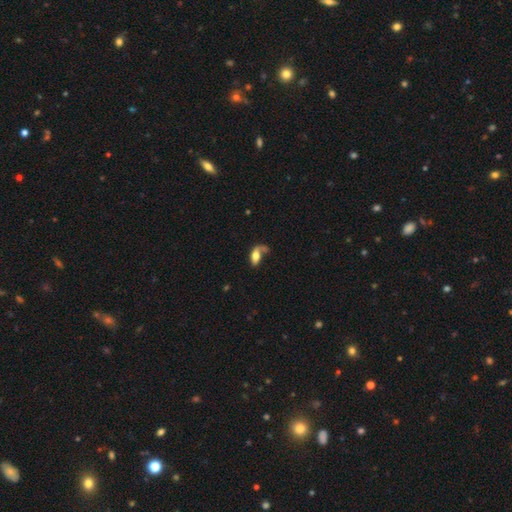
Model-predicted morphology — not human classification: The model was most divided on "merging": major disturbance: 35%, none: 32%, minor disturbance: 20%, merger: 13%. More confident: how rounded — in between (83%); smooth or featured — smooth (54%).